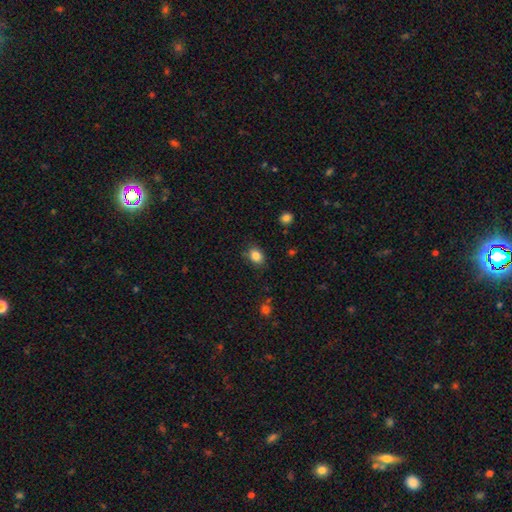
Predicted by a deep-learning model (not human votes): Smooth or featured? smooth (85%)
How rounded? in between (62%)
Merging? none (81%)